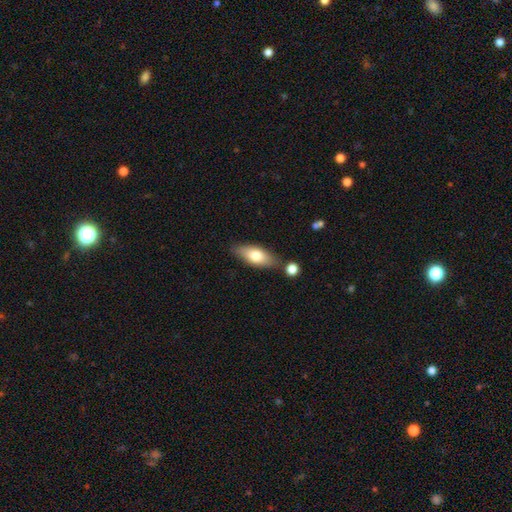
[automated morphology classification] Smooth or featured?
  - smooth: 72% *
  - featured or disk: 22%
  - star or artifact: 6%
How rounded?
  - in between: 77% *
  - cigar-shaped: 20%
  - round: 3%
Merging?
  - none: 75% *
  - minor disturbance: 14%
  - merger: 8%
  - major disturbance: 3%